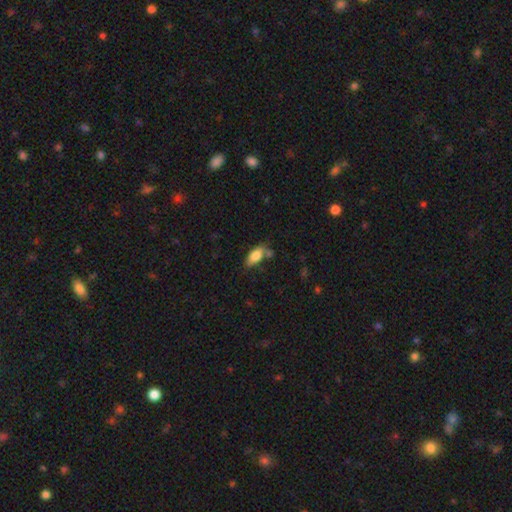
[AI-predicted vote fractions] Smooth or featured? smooth (80%)
How rounded? in between (85%)
Merging? none (62%)